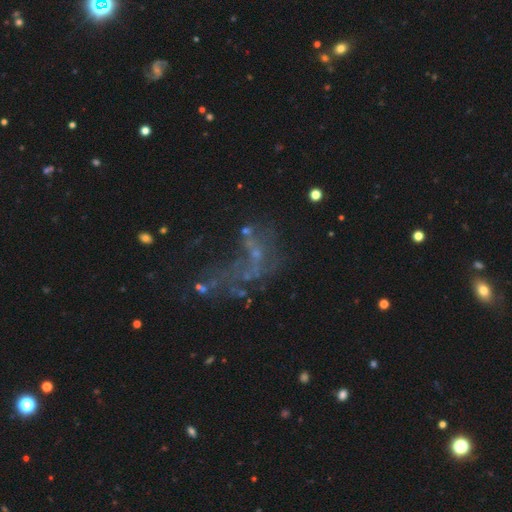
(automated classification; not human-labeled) featured or disk 48%, star or artifact 34%, smooth 19%. Down the decision tree: merging — major disturbance (40%).